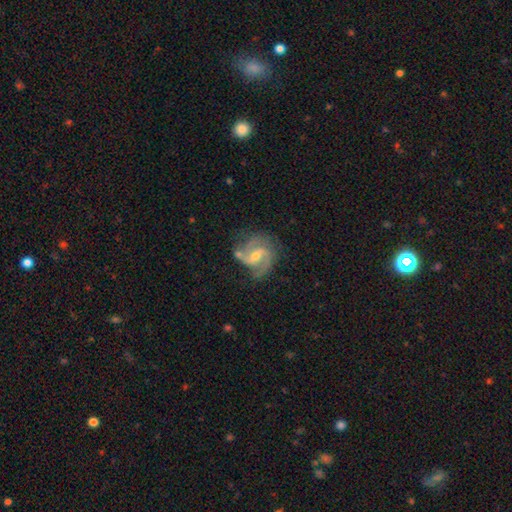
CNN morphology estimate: The model was most divided on "bulge size": moderate: 48%, small: 47%, none: 2%, large: 2%, dominant: 1%. More confident: edge-on disk — no (98%); spiral arms — yes (97%); smooth or featured — featured or disk (89%); spiral arm count — 2 (74%); merging — none (62%); spiral winding — medium (57%); bar — weak (53%).